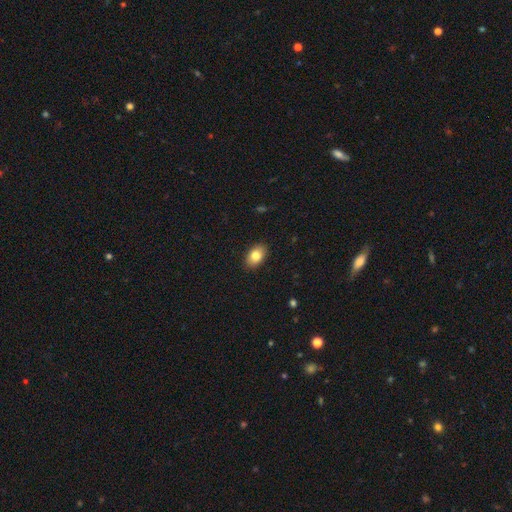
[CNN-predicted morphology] The model was most divided on "smooth or featured": smooth: 81%, featured or disk: 11%, star or artifact: 8%. More confident: merging — none (89%); how rounded — in between (88%).